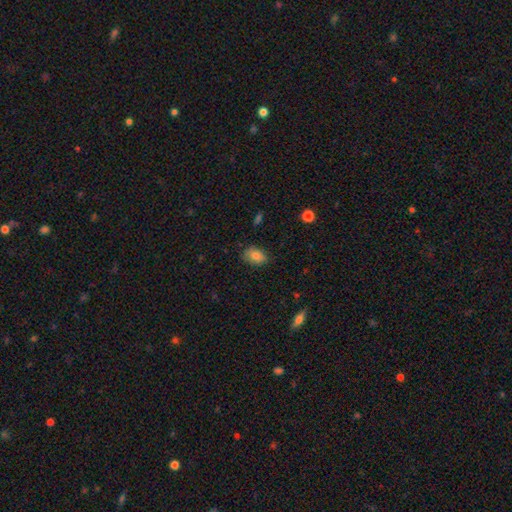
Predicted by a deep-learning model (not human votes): Q: Smooth or featured?
A: smooth (82%); runner-up: star or artifact (9%)
Q: How rounded?
A: in between (83%); runner-up: round (16%)
Q: Merging?
A: none (75%); runner-up: minor disturbance (20%)